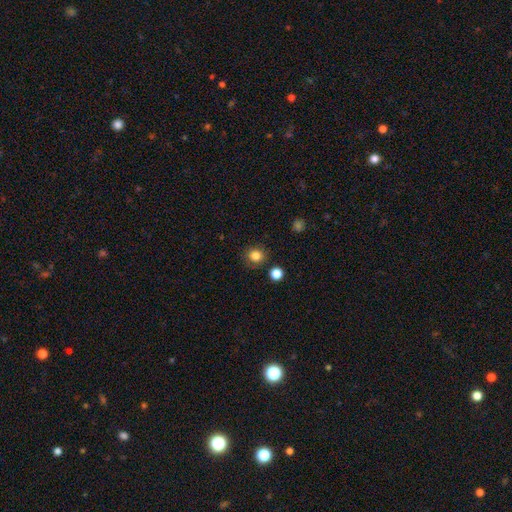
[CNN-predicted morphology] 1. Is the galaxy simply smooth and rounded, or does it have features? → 83% smooth, 12% star or artifact, 5% featured or disk.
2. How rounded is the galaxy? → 87% round, 12% in between, 1% cigar-shaped.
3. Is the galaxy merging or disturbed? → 86% none, 8% minor disturbance, 3% merger, 3% major disturbance.